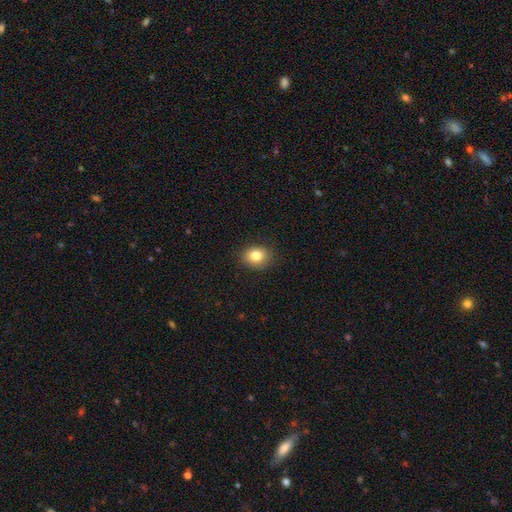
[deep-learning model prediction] The model was most divided on "how rounded": round: 51%, in between: 48%, cigar-shaped: 1%. More confident: merging — none (88%); smooth or featured — smooth (82%).